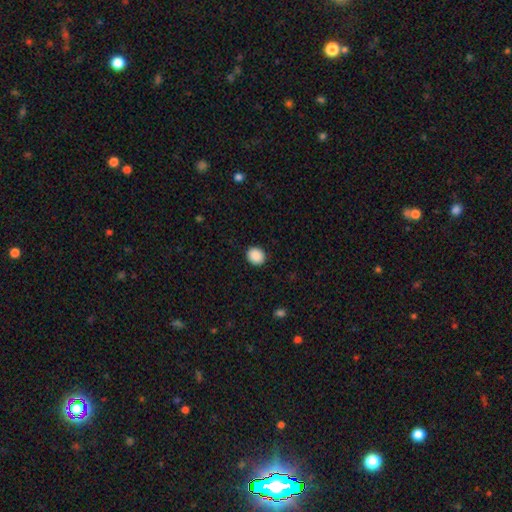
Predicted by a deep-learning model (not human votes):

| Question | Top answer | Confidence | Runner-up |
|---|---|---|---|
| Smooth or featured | smooth | 90% | star or artifact (8%) |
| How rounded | round | 72% | in between (27%) |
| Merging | none | 91% | minor disturbance (6%) |